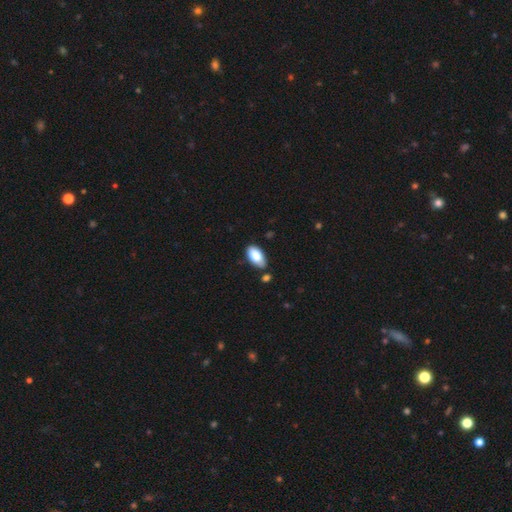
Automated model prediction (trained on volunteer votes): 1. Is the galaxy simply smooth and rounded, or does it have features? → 85% smooth, 8% featured or disk, 6% star or artifact.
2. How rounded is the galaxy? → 95% in between, 3% cigar-shaped, 2% round.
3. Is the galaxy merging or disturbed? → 73% none, 18% minor disturbance, 6% merger, 3% major disturbance.